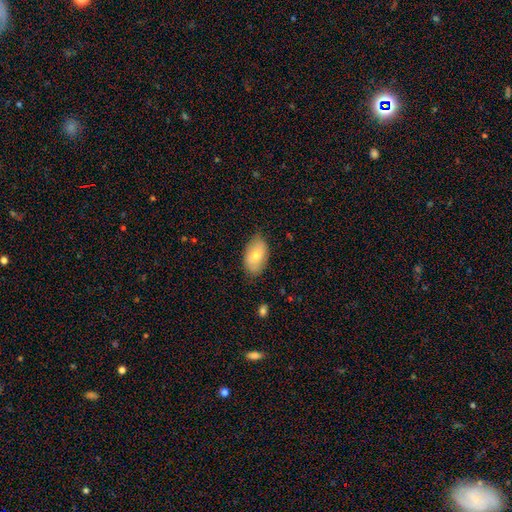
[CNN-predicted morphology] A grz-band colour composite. It shows a smooth galaxy with no disk features (72%) that is in between round and cigar-shaped (93%). Merging: none (76%).